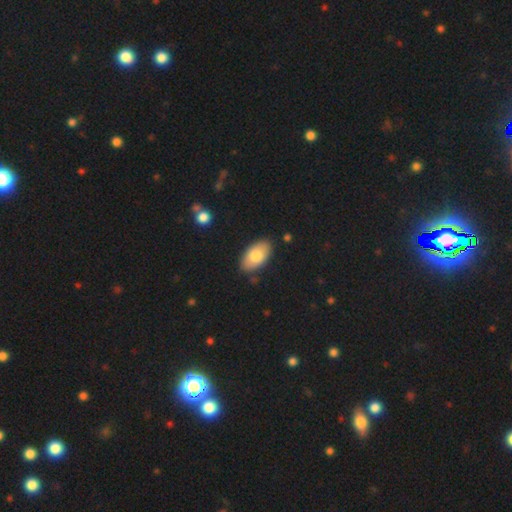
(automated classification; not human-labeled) smooth 76%, featured or disk 18%, star or artifact 6%. Down the decision tree: how rounded — in between (94%); merging — none (85%).